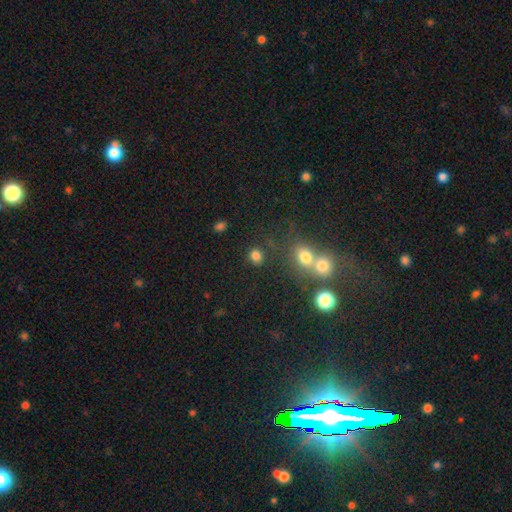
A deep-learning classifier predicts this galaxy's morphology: smooth_or_featured: smooth (p=0.79) [alt: star or artifact p=0.15]
how_rounded: round (p=0.70) [alt: in between p=0.28]
merging: none (p=0.75) [alt: merger p=0.11]